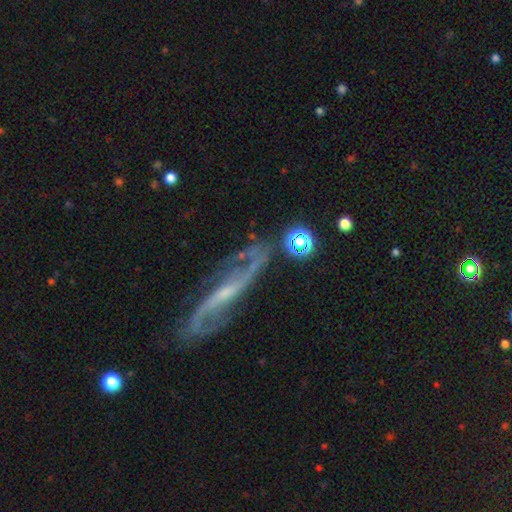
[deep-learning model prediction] Smooth or featured? Predicted: featured or disk (p=0.87). Edge-on disk? Predicted: no (p=0.82). Bar? Predicted: weak (p=0.45). Spiral arms? Predicted: yes (p=0.96). Spiral winding? Predicted: loose (p=0.56). Spiral arm count? Predicted: 2 (p=0.90). Bulge size? Predicted: small (p=0.62). Merging? Predicted: none (p=0.70).